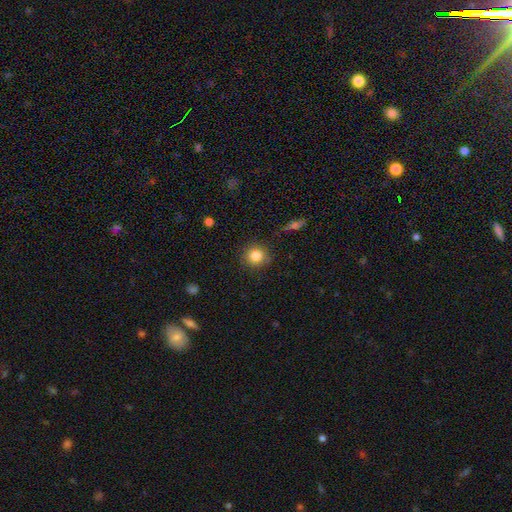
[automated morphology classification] Smooth or featured?
  - smooth: 83% *
  - star or artifact: 11%
  - featured or disk: 6%
How rounded?
  - round: 91% *
  - in between: 8%
  - cigar-shaped: 1%
Merging?
  - none: 87% *
  - minor disturbance: 9%
  - major disturbance: 3%
  - merger: 2%